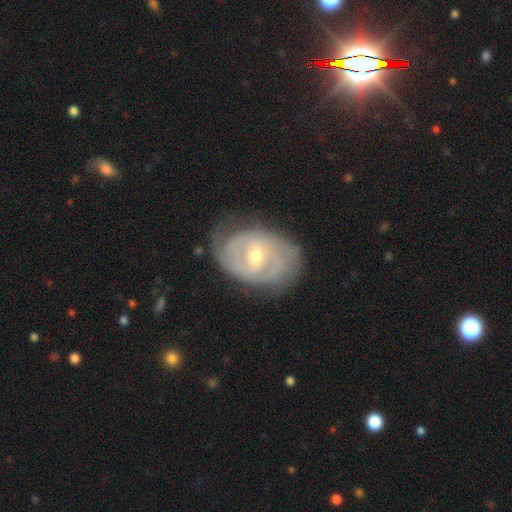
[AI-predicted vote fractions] A featured or disk galaxy (83%) with a weak bar (51%), 2 (51%) tight (62%) spiral arms (93%) and a moderate central bulge (55%). Merging: none (68%).